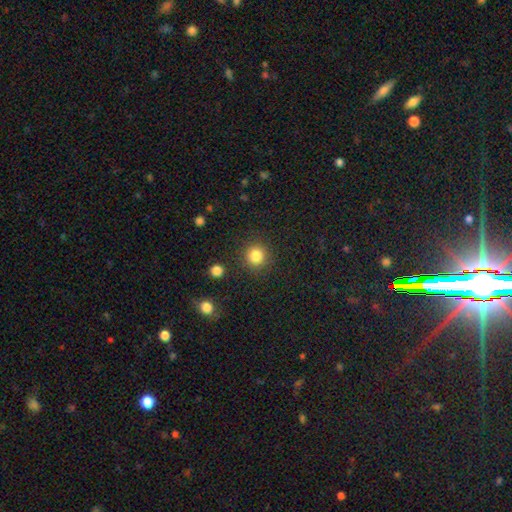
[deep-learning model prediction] A smooth galaxy with no disk features (84%) that is round (92%).

Vote fractions:
- Smooth or featured? smooth: 84% / star or artifact: 11% / featured or disk: 5%
- How rounded? round: 92% / in between: 7% / cigar-shaped: 1%
- Merging? none: 89% / minor disturbance: 7% / major disturbance: 3% / merger: 2%